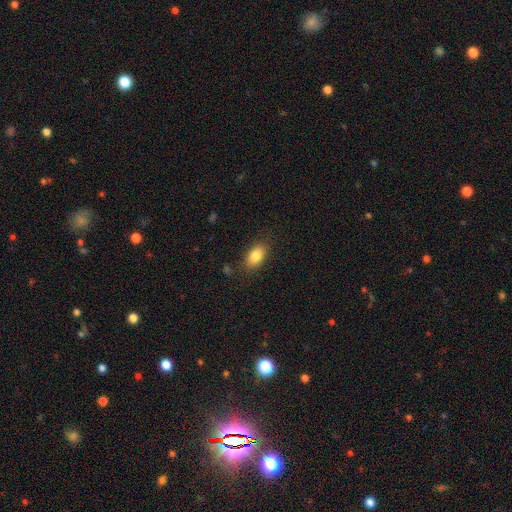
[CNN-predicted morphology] type=smooth (83%); roundness=in between (89%); merging=none (85%).